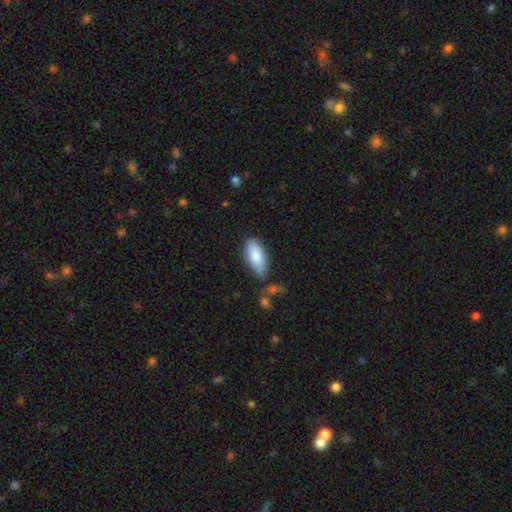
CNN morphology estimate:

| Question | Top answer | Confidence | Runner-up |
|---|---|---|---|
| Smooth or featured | smooth | 85% | featured or disk (9%) |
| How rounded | in between | 86% | cigar-shaped (12%) |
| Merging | none | 74% | minor disturbance (17%) |